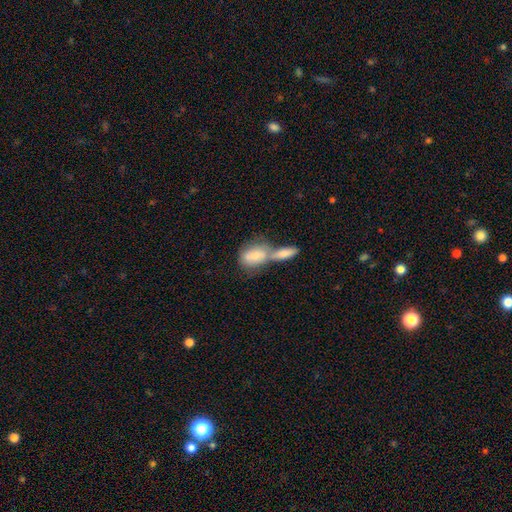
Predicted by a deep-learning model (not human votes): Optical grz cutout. It shows a smooth galaxy with no disk features (74%) that is in between round and cigar-shaped (79%). Merging: merger (62%).